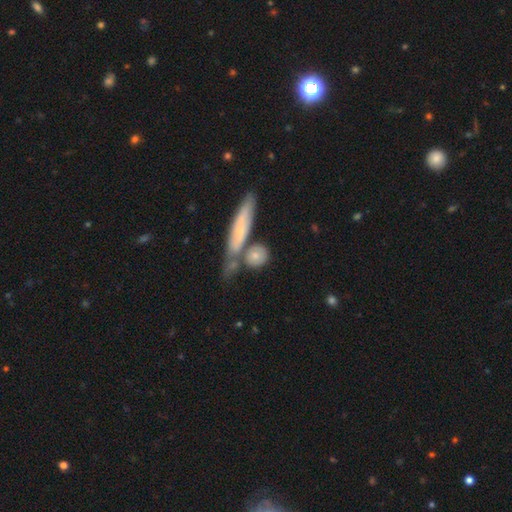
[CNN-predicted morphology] smooth 70%, featured or disk 23%, star or artifact 6%. Down the decision tree: how rounded — round (57%); merging — none (56%).